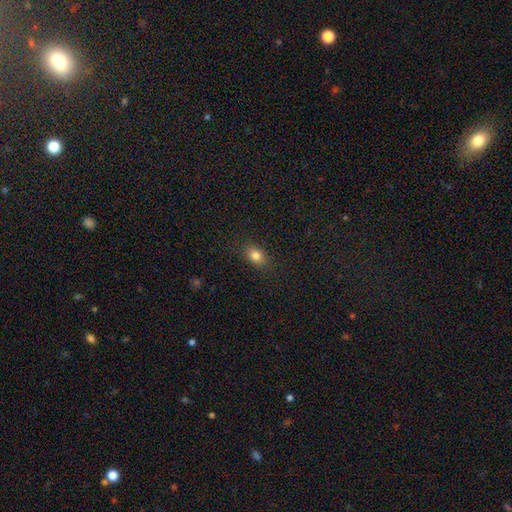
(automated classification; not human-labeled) smooth 81%, star or artifact 11%, featured or disk 8%. Down the decision tree: how rounded — in between (69%); merging — none (87%).